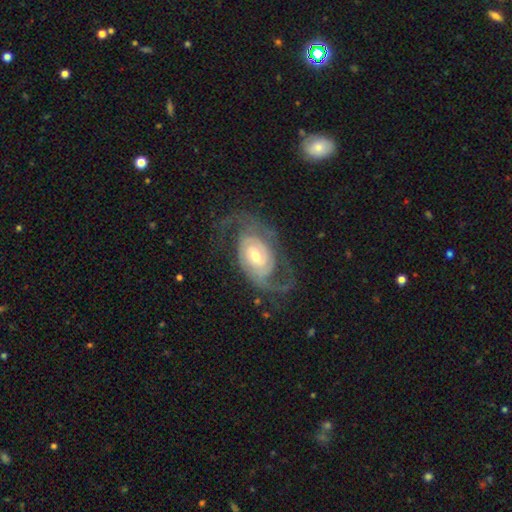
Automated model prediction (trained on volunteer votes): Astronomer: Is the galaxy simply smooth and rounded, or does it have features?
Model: featured or disk — 89%.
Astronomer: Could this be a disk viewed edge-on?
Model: no — 97%.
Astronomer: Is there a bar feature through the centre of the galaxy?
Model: no — 49% (runner-up: weak, 40%).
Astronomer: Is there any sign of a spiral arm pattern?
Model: yes — 96%.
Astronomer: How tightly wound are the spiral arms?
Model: medium — 44% (runner-up: tight, 36%).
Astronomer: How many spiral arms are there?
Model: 2 — 73%.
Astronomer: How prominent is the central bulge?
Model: moderate — 59%.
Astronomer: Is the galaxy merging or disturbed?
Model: none — 69%.